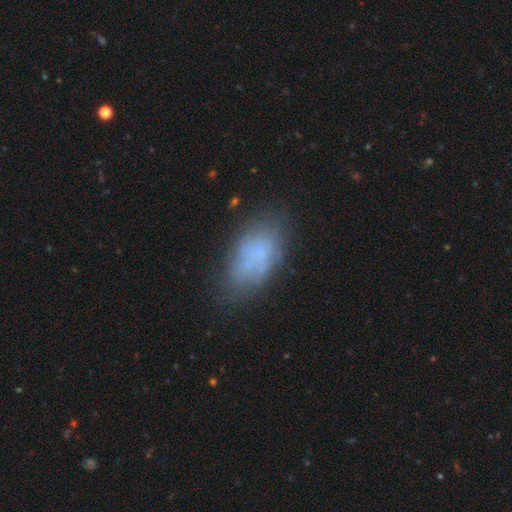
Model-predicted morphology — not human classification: Overall: smooth (63%; featured or disk 26%). How rounded: in between (92%). Merging: none (61%; minor disturbance 24%).